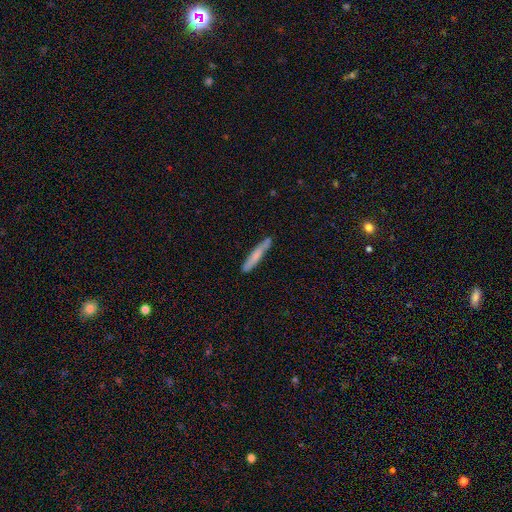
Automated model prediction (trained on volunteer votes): A smooth galaxy with no disk features (67%) that is cigar-shaped (94%). Merging: none (75%).